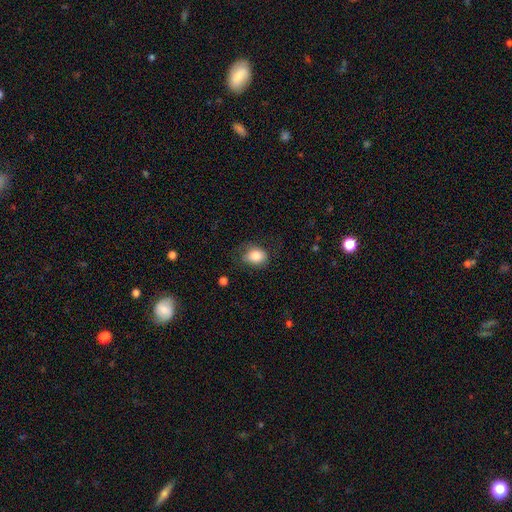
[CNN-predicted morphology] Smooth or featured?
  - smooth: 83% *
  - featured or disk: 9%
  - star or artifact: 8%
How rounded?
  - in between: 64% *
  - round: 35%
  - cigar-shaped: 1%
Merging?
  - none: 61% *
  - minor disturbance: 26%
  - major disturbance: 12%
  - merger: 2%